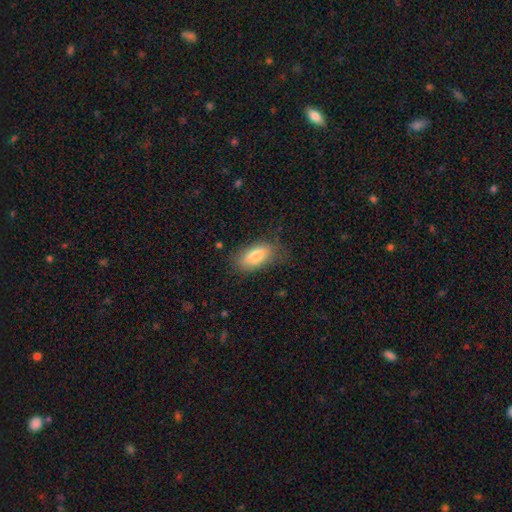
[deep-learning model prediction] The model was most divided on "merging": none: 72%, minor disturbance: 20%, major disturbance: 7%, merger: 1%. More confident: how rounded — in between (88%); smooth or featured — smooth (80%).